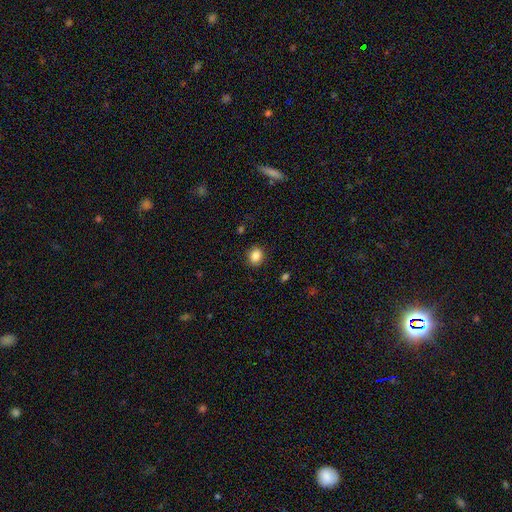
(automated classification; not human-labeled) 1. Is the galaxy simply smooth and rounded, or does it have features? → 86% smooth, 10% star or artifact, 5% featured or disk.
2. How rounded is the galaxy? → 66% round, 33% in between, 1% cigar-shaped.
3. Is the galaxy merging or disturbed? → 89% none, 8% minor disturbance, 2% major disturbance, 1% merger.